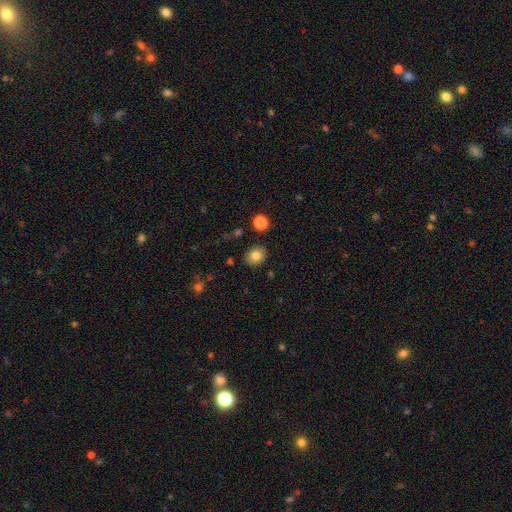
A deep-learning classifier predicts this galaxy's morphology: This is clearly a smooth galaxy (80%). How rounded: likely round (61%). Merging: clearly none (87%).